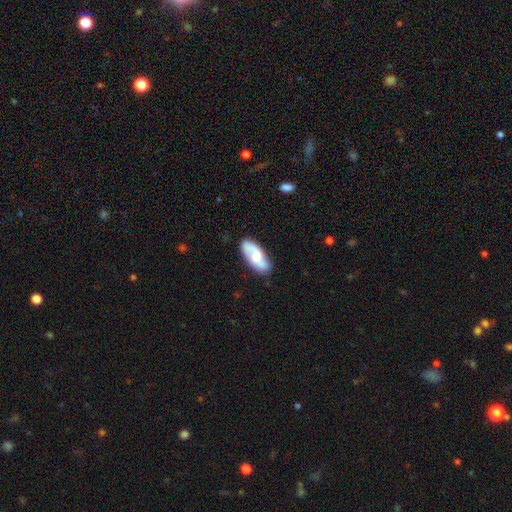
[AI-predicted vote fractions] This appears to be a featured or disk galaxy (48%). Merging: none (77%).